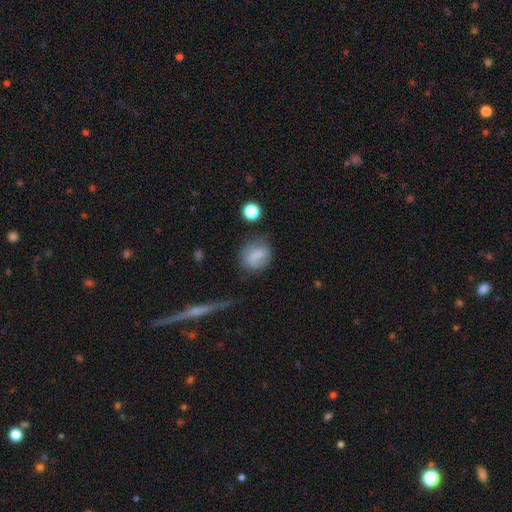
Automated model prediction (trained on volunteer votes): Smooth or featured: smooth — 76% (featured or disk — 14%)
How rounded: round — 57% (in between — 40%)
Merging: none — 61% (minor disturbance — 24%)